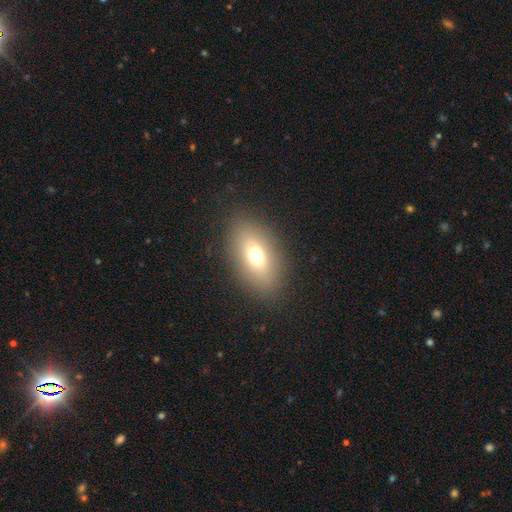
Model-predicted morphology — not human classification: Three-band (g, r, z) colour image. It shows a smooth galaxy with no disk features (67%) that is in between round and cigar-shaped (84%). Merging: none (86%).